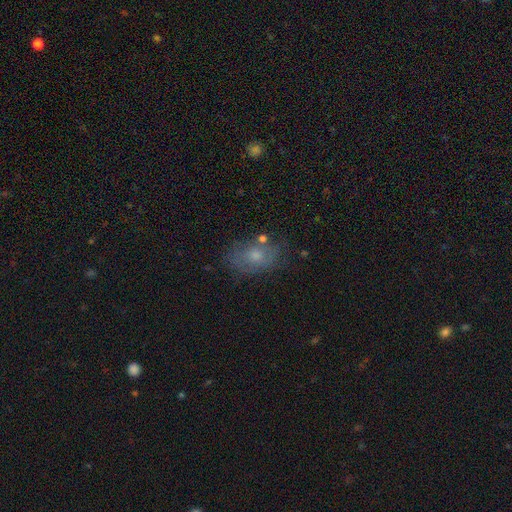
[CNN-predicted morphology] Smooth or featured? Predicted: smooth (p=0.54). How rounded? Predicted: in between (p=0.79). Merging? Predicted: none (p=0.66).